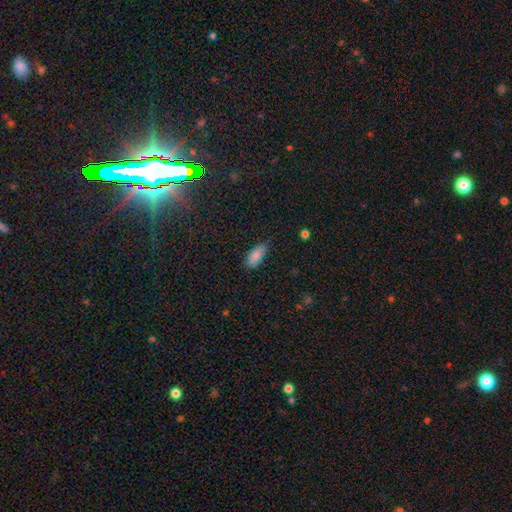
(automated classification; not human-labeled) This appears to be a smooth galaxy with no disk features (85%) that is in between round and cigar-shaped (86%). Merging: none (66%).